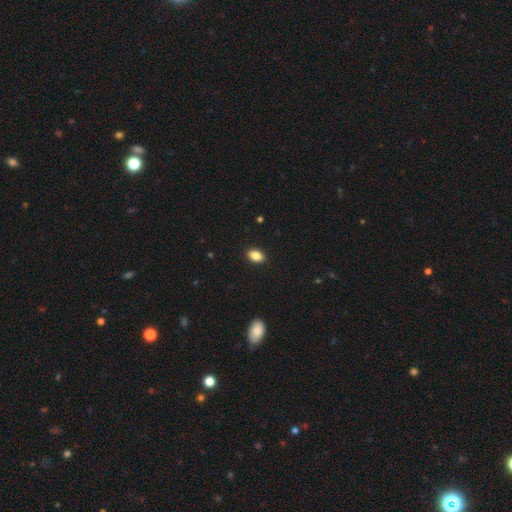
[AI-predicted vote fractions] A smooth galaxy with no disk features (86%) that is in between round and cigar-shaped (87%). Merging: none (90%).